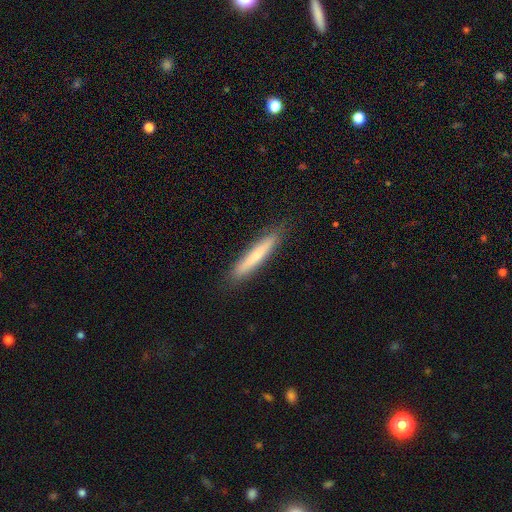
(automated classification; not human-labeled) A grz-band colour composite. It shows a smooth galaxy with no disk features (66%) that is cigar-shaped (94%). Merging: none (89%).